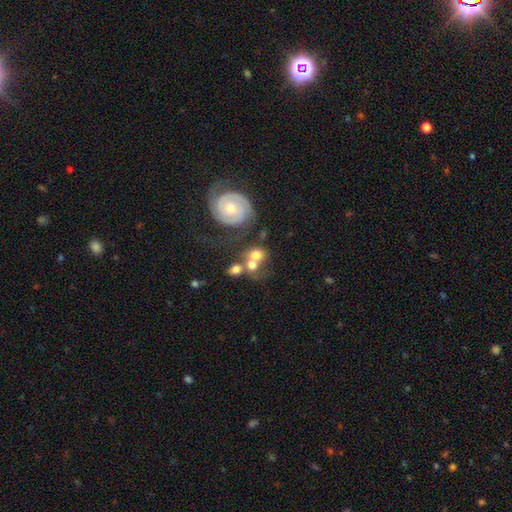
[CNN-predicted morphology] Smooth or featured? smooth (54%)
How rounded? round (63%)
Merging? merger (47%)